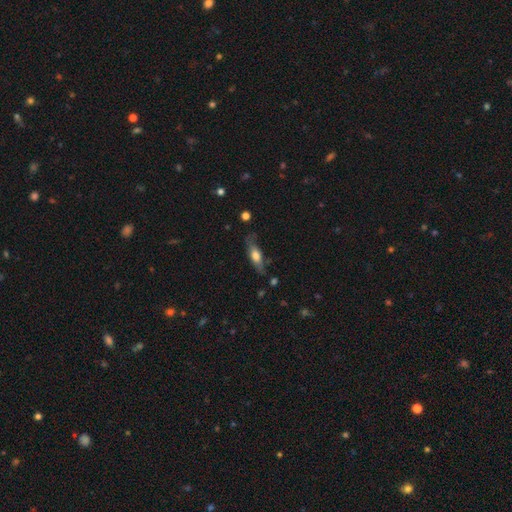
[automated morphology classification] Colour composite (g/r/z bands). It shows a smooth galaxy with no disk features (55%) that is cigar-shaped (50%). Merging: none (69%).